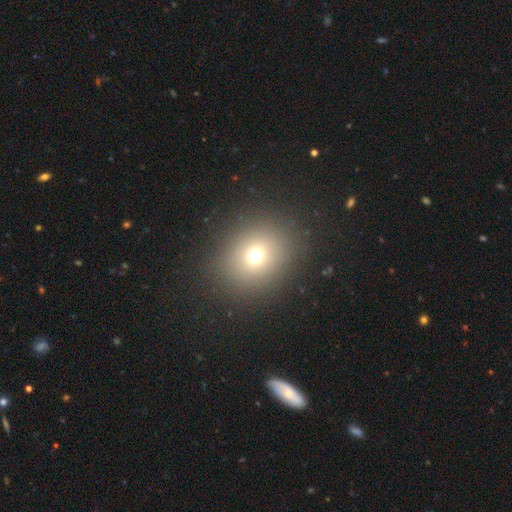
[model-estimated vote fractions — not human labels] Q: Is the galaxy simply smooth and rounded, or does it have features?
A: smooth — 69%.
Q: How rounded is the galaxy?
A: round — 69%.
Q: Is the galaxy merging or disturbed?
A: none — 87%.